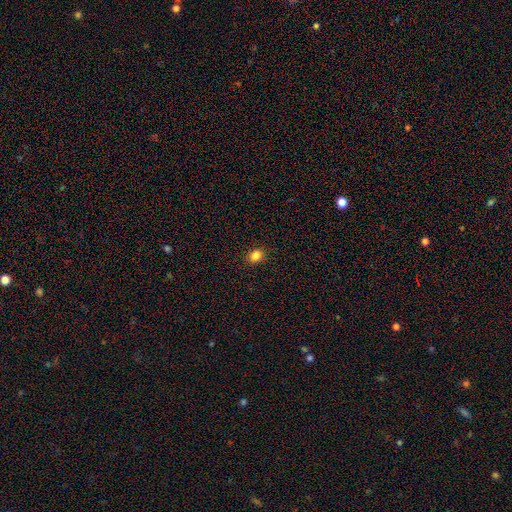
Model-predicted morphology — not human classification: type=smooth (84%); roundness=round (57%); merging=none (90%).